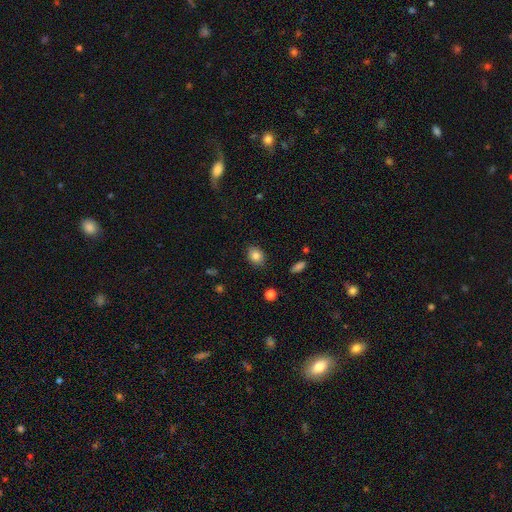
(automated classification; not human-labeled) Q: Smooth or featured?
A: smooth (84%); runner-up: star or artifact (9%)
Q: How rounded?
A: in between (59%); runner-up: round (40%)
Q: Merging?
A: none (85%); runner-up: minor disturbance (11%)